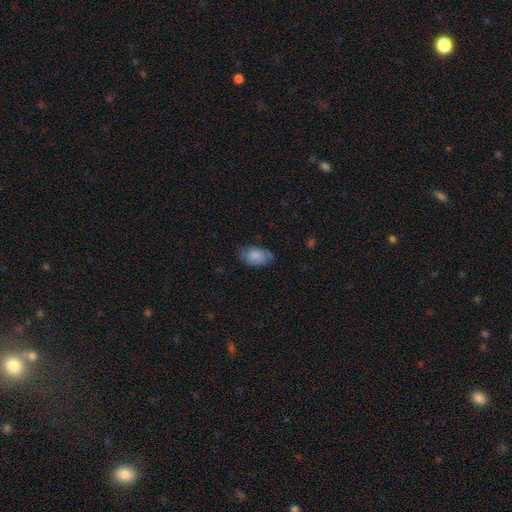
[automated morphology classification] smooth 77%, featured or disk 16%, star or artifact 7%. Down the decision tree: how rounded — in between (90%); merging — none (62%).